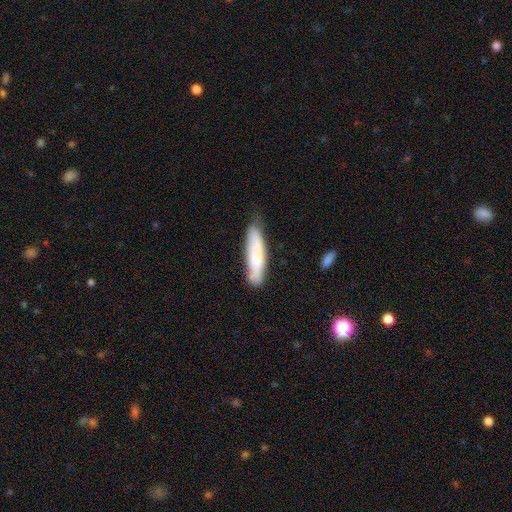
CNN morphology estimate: smooth_or_featured: smooth (p=0.70) [alt: featured or disk p=0.23]
how_rounded: cigar-shaped (p=0.77) [alt: in between p=0.22]
merging: none (p=0.65) [alt: minor disturbance p=0.27]